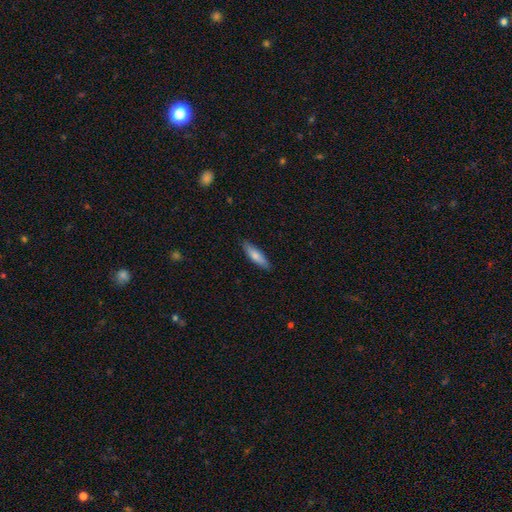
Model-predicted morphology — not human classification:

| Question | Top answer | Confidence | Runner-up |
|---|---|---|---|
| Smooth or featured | smooth | 76% | featured or disk (19%) |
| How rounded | cigar-shaped | 64% | in between (34%) |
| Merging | none | 86% | minor disturbance (11%) |